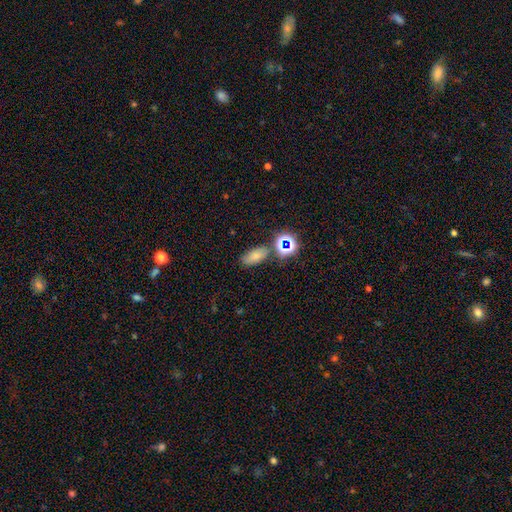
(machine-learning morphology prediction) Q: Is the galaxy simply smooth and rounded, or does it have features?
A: smooth — 68%.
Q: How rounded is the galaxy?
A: in between — 83%.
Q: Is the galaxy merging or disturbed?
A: none — 72%.